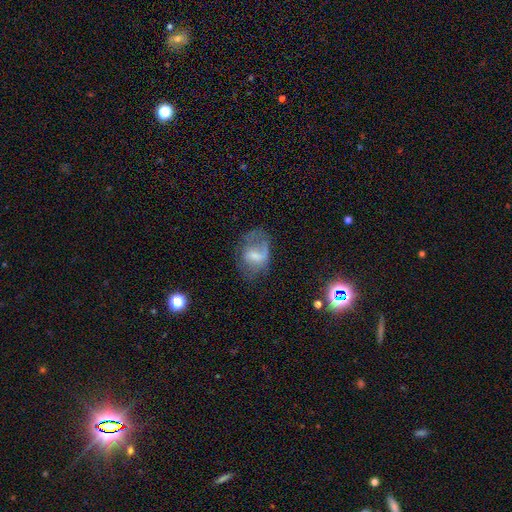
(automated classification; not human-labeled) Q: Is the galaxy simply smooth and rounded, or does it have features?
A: smooth — 46%.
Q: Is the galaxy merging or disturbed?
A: major disturbance — 38%.